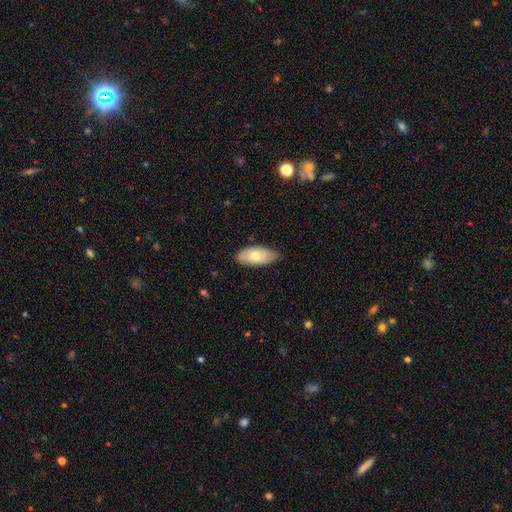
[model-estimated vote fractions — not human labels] This appears to be a smooth galaxy with no disk features (65%) that is in between round and cigar-shaped (92%). Merging: none (81%).